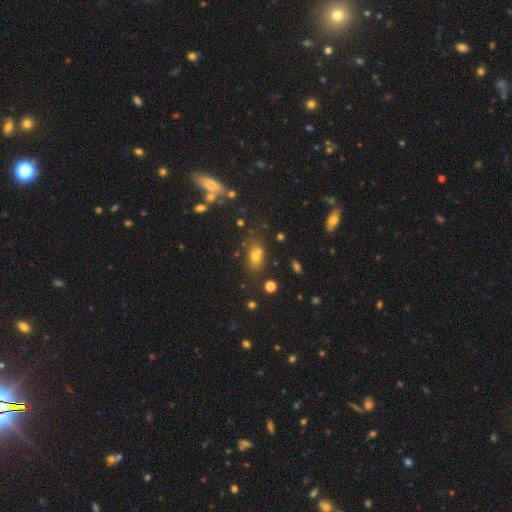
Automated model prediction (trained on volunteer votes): Morphology: type=smooth (63%); roundness=in between (71%); merging=none (56%).